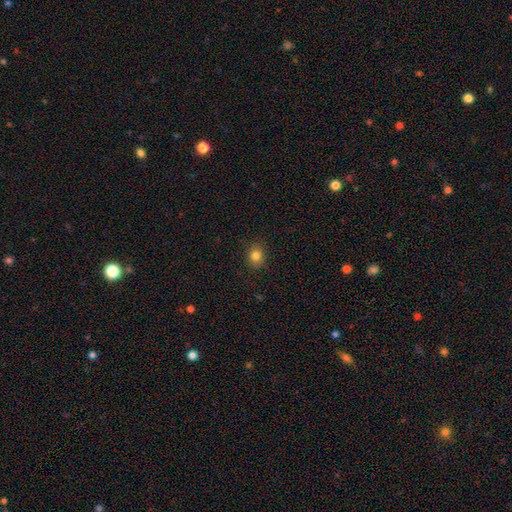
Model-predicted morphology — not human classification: This is clearly a smooth galaxy (82%). How rounded: likely round (67%). Merging: clearly none (87%).